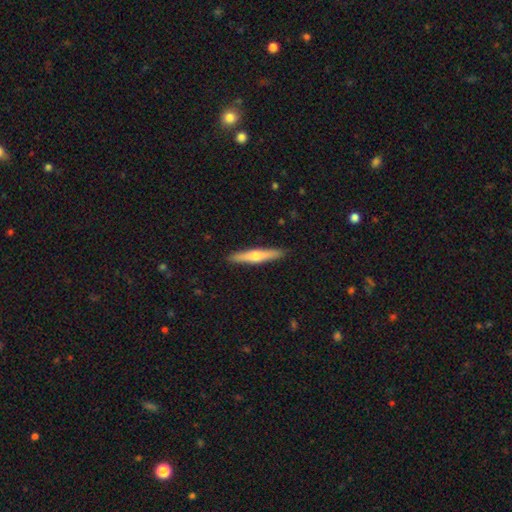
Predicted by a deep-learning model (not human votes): smooth-or-featured: featured or disk: 50% | smooth: 45% | star or artifact: 5%
  disk-edge-on: yes: 95% | no: 5%
  merging: none: 91% | minor disturbance: 6% | major disturbance: 1% | merger: 1%